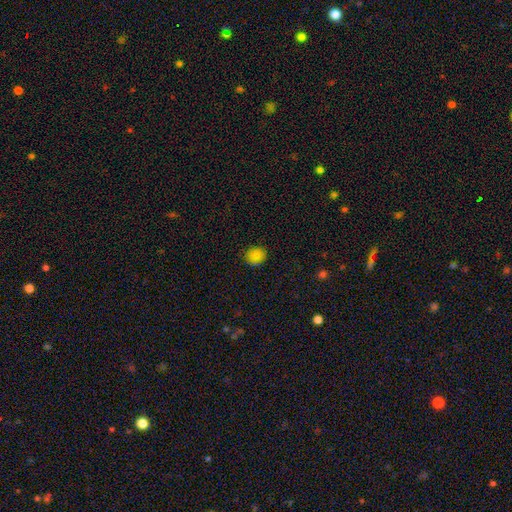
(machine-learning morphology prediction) smooth 84%, star or artifact 12%, featured or disk 4%. Down the decision tree: how rounded — round (80%); merging — none (86%).